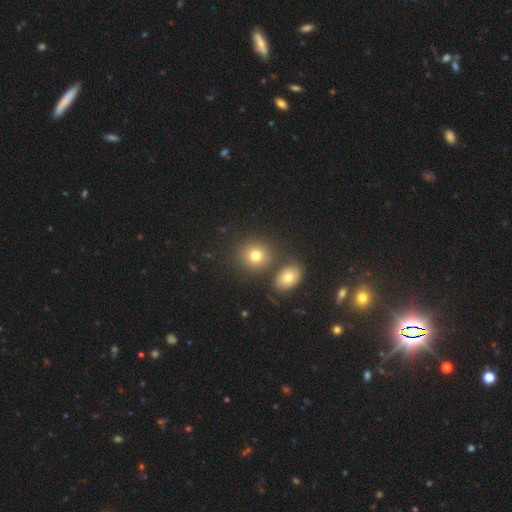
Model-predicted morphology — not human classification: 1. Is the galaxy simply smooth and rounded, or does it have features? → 76% smooth, 13% star or artifact, 11% featured or disk.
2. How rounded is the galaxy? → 79% round, 20% in between, 1% cigar-shaped.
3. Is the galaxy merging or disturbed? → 72% none, 16% merger, 9% minor disturbance, 4% major disturbance.